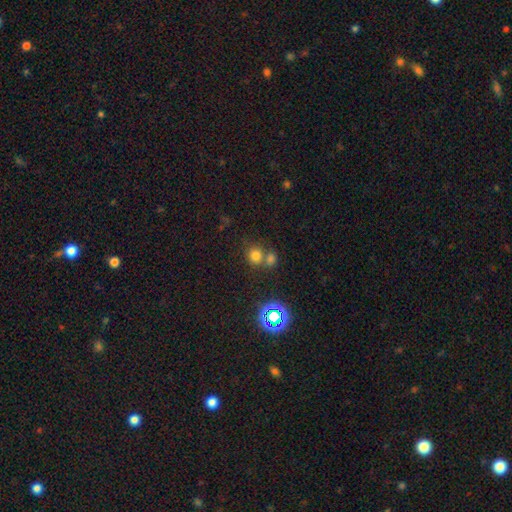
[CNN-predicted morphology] Smooth or featured: smooth — 70% (star or artifact — 22%)
How rounded: round — 79% (in between — 20%)
Merging: none — 50% (merger — 38%)